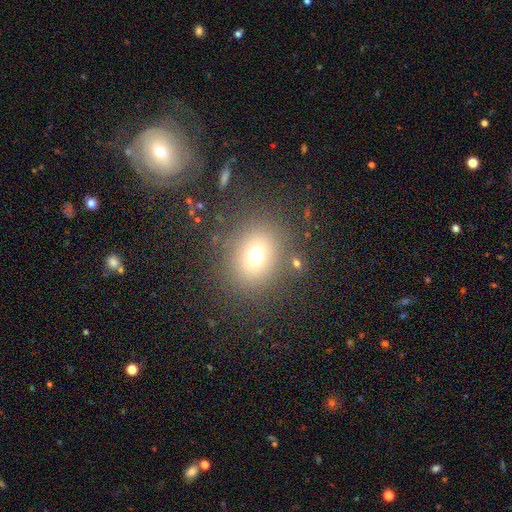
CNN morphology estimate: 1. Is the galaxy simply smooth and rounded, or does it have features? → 70% smooth, 19% star or artifact, 11% featured or disk.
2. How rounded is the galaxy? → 77% round, 22% in between, 1% cigar-shaped.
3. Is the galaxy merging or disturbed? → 81% none, 9% minor disturbance, 6% major disturbance, 4% merger.